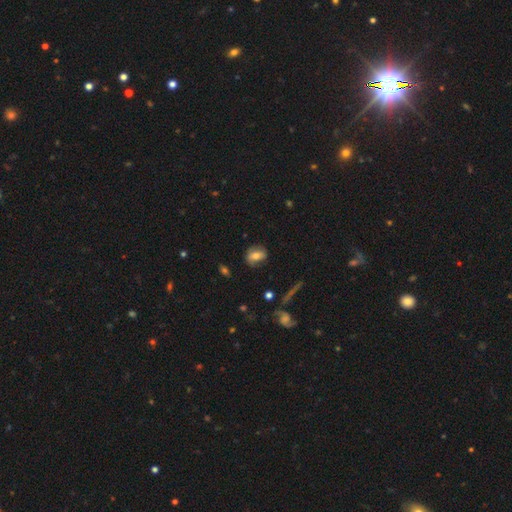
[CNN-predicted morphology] Overall: smooth (59%; featured or disk 32%). How rounded: in between (63%; round 33%). Merging: none (74%).